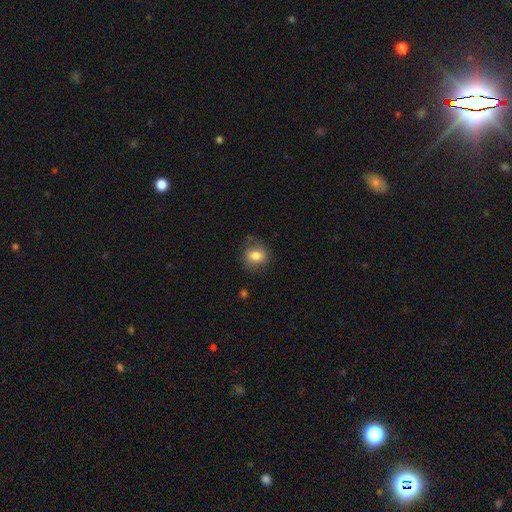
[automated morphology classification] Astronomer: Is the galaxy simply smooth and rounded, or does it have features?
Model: smooth — 79%.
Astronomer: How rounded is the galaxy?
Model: round — 62%.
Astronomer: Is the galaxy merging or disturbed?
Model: none — 78%.